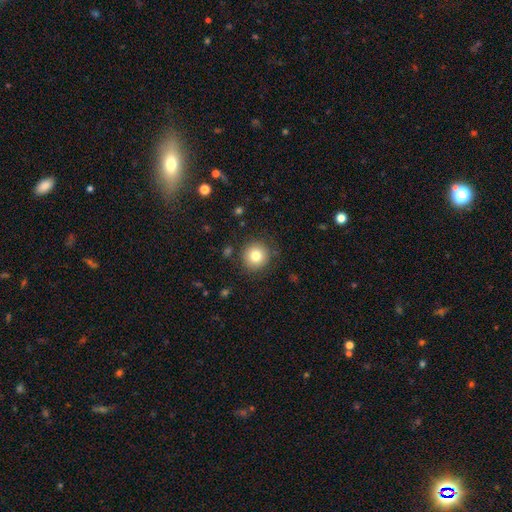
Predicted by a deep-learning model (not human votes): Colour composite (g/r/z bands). It shows a smooth galaxy with no disk features (80%) that is round (93%). Merging: none (86%).